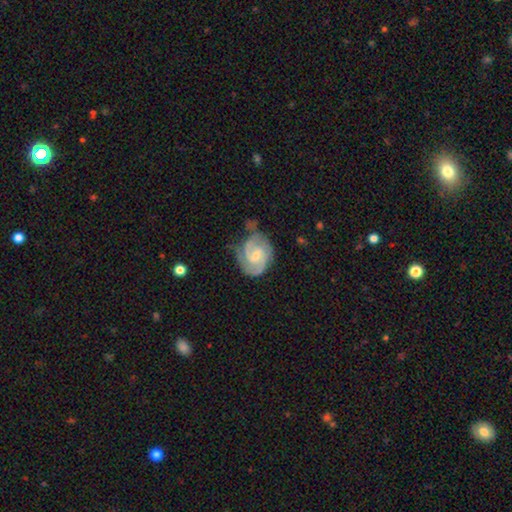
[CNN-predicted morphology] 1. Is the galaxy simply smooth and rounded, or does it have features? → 83% featured or disk, 12% smooth, 5% star or artifact.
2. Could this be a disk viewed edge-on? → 98% no, 2% yes.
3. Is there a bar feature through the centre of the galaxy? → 58% weak, 30% no, 12% strong.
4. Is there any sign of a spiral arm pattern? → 96% yes, 4% no.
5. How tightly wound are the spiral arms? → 46% medium, 43% tight, 11% loose.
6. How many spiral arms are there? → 71% 2, 11% can't tell, 10% 3, 5% 1, 2% 4, 2% more than 4.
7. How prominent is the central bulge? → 56% small, 36% moderate, 6% none, 2% large, 1% dominant.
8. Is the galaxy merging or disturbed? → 50% none, 29% minor disturbance, 15% major disturbance, 5% merger.